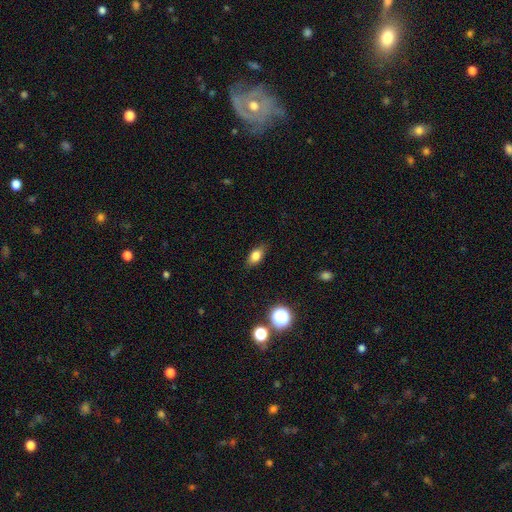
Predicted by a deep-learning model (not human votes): Morphology: type=smooth (79%); roundness=in between (82%); merging=none (83%).